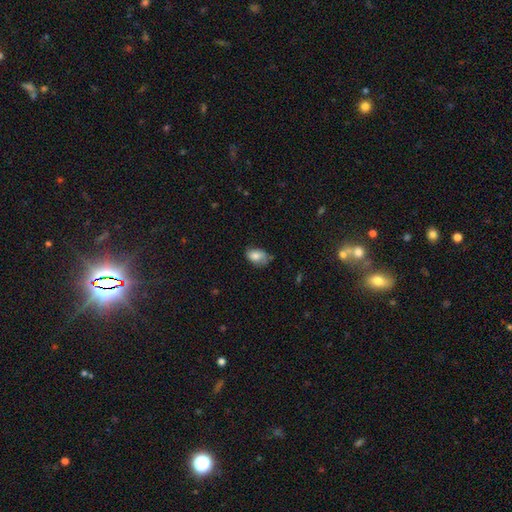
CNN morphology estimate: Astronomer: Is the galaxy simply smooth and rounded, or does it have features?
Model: smooth — 78%.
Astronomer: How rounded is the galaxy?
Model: in between — 85%.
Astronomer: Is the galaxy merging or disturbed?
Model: none — 54% (runner-up: minor disturbance, 35%).